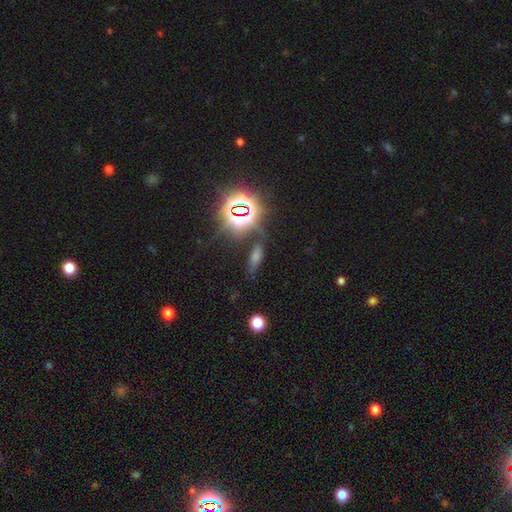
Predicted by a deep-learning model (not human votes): star or artifact 44%, smooth 38%, featured or disk 18%.